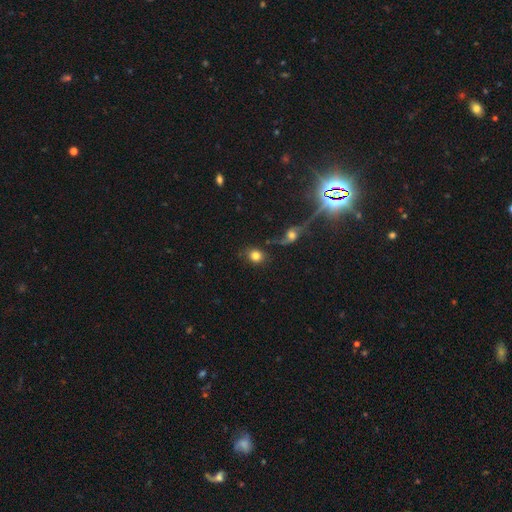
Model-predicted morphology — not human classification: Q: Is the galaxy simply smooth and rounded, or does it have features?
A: smooth — 79%.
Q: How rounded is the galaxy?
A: round — 73%.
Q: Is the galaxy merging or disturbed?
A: none — 67%.